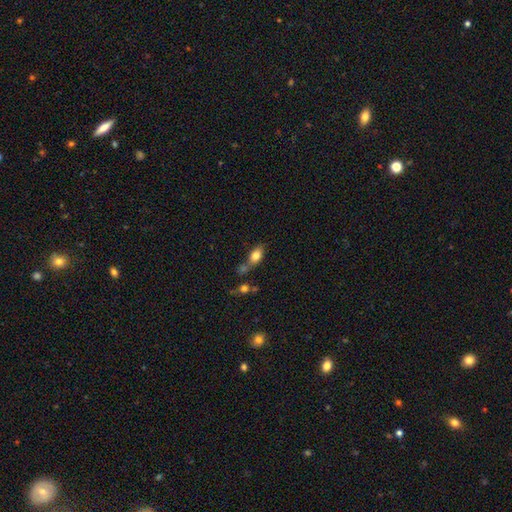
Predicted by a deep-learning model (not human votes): Smooth or featured? smooth (79%)
How rounded? in between (82%)
Merging? none (47%)